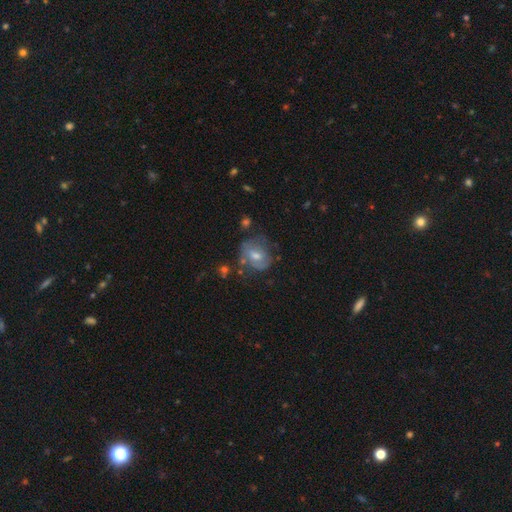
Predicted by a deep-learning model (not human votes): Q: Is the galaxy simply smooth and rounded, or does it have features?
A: featured or disk — 48%.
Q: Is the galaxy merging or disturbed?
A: none — 54%.